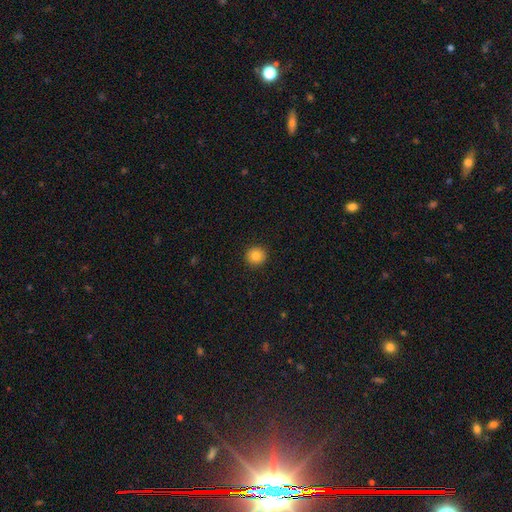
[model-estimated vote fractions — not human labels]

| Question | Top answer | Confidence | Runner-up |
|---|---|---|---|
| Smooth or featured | smooth | 85% | star or artifact (10%) |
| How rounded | round | 94% | in between (5%) |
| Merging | none | 92% | minor disturbance (5%) |